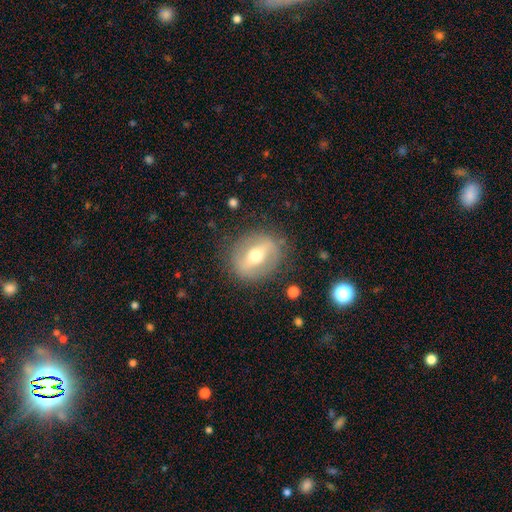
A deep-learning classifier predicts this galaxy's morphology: This is likely a featured or disk galaxy (60%). It is clearly not viewed edge-on (80%). Merging: clearly none (83%).